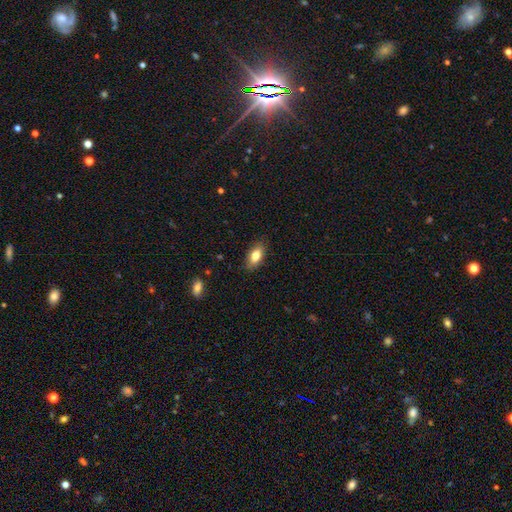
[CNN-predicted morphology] Smooth or featured: smooth — 80% (featured or disk — 12%)
How rounded: in between — 88% (cigar-shaped — 7%)
Merging: none — 84% (minor disturbance — 12%)